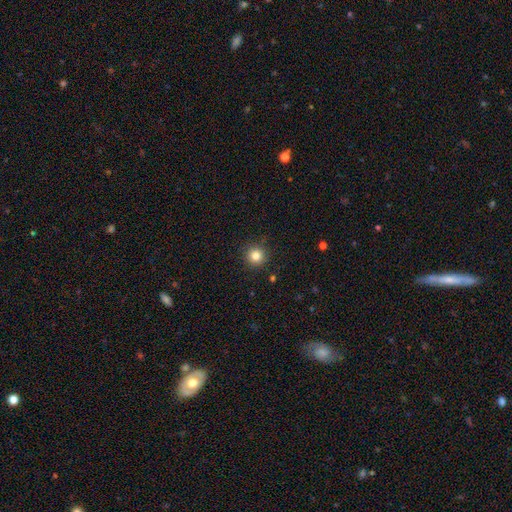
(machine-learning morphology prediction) This is clearly a smooth galaxy (82%). How rounded: clearly round (95%). Merging: clearly none (92%).